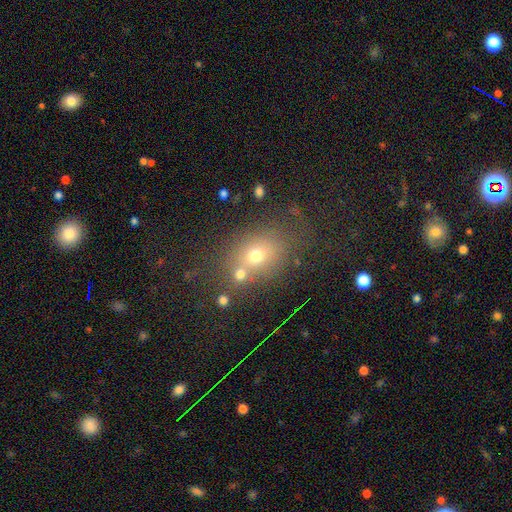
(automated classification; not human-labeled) Smooth or featured? Predicted: smooth (p=0.63). How rounded? Predicted: in between (p=0.50). Merging? Predicted: none (p=0.57).